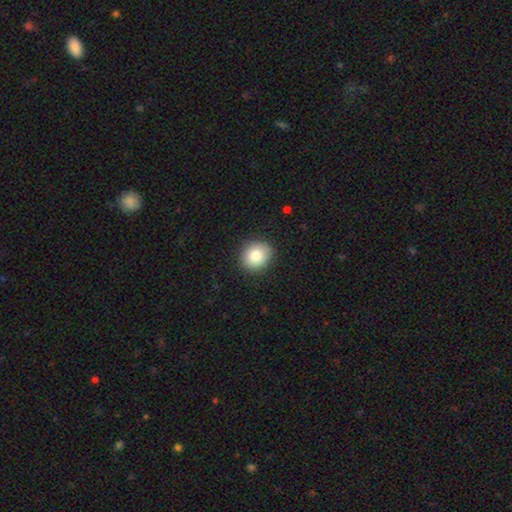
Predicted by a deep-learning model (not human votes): Overall: smooth (83%). How rounded: round (72%). Merging: none (89%).